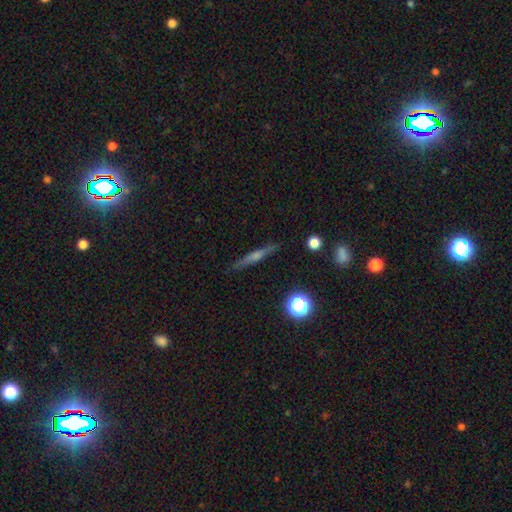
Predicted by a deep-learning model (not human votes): Q: Smooth or featured?
A: featured or disk (56%); runner-up: smooth (33%)
Q: Edge-on disk?
A: yes (96%); runner-up: no (4%)
Q: Edge-on bulge?
A: rounded (62%); runner-up: none (27%)
Q: Merging?
A: none (89%); runner-up: minor disturbance (8%)